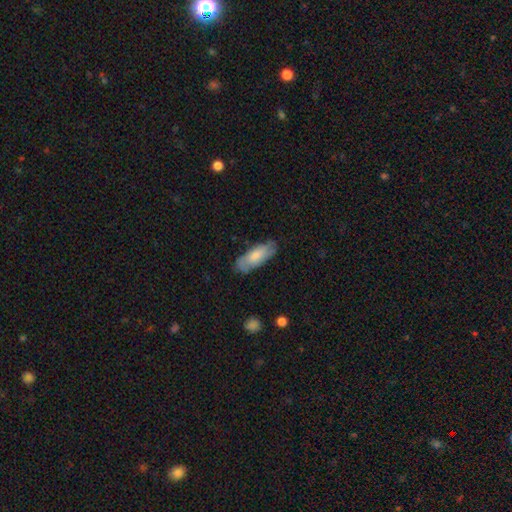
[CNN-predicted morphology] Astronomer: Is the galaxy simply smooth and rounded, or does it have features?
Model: smooth — 67%.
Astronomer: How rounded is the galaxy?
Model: in between — 74%.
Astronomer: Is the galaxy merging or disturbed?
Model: none — 74%.